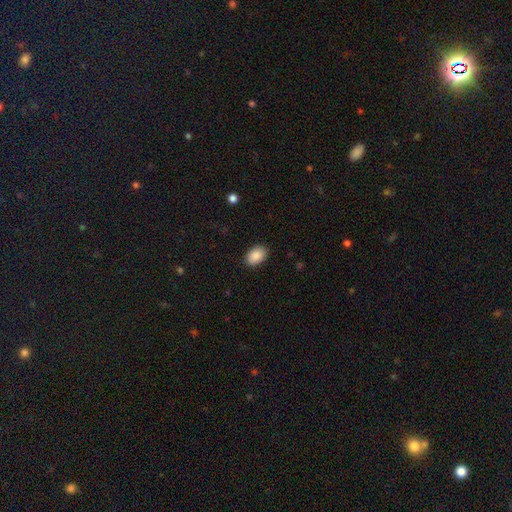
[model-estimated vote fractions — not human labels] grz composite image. It shows a smooth galaxy with no disk features (89%) that is in between round and cigar-shaped (85%). Merging: none (88%).